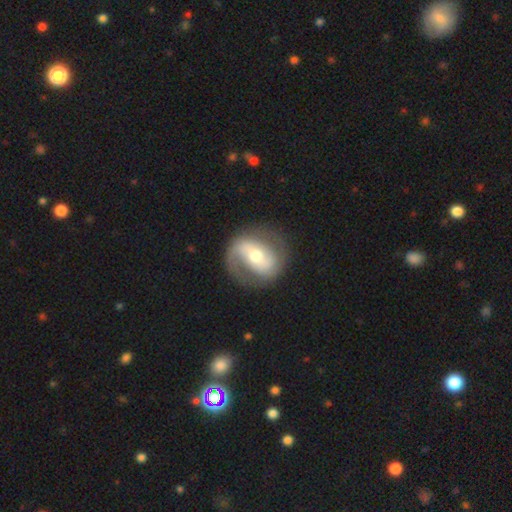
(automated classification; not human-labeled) Smooth or featured: featured or disk — 79% (smooth — 16%)
Edge-on disk: no — 97% (yes — 3%)
Bar: weak — 36% (strong — 34%)
Spiral arms: yes — 88% (no — 12%)
Spiral winding: medium — 45% (tight — 28%)
Spiral arm count: 2 — 81% (1 — 11%)
Bulge size: moderate — 66% (small — 25%)
Merging: none — 77% (minor disturbance — 14%)